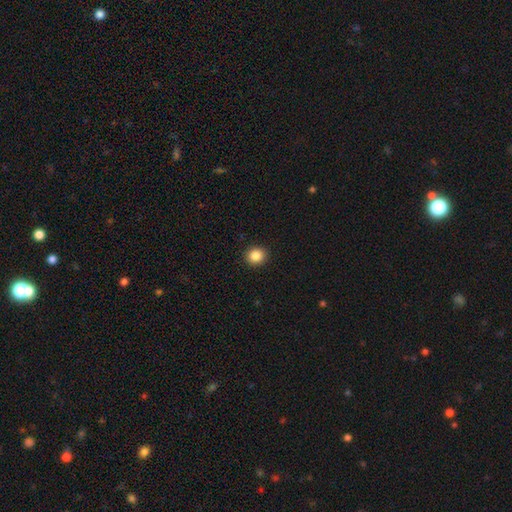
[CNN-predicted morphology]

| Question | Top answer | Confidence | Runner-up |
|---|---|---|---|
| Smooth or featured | smooth | 86% | star or artifact (10%) |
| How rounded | round | 84% | in between (15%) |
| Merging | none | 92% | minor disturbance (5%) |